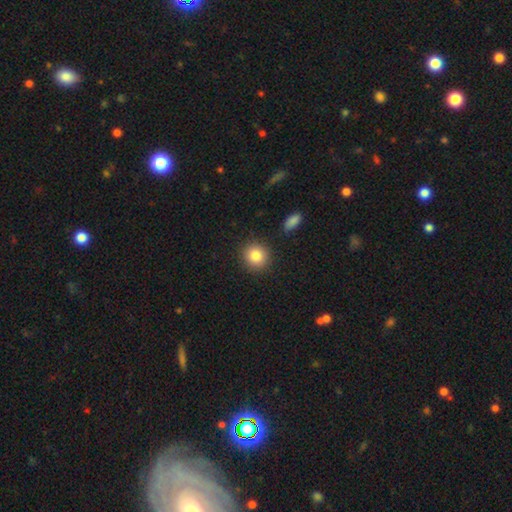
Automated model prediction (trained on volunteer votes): Smooth or featured: smooth — 84% (star or artifact — 9%)
How rounded: round — 89% (in between — 10%)
Merging: none — 88% (minor disturbance — 7%)